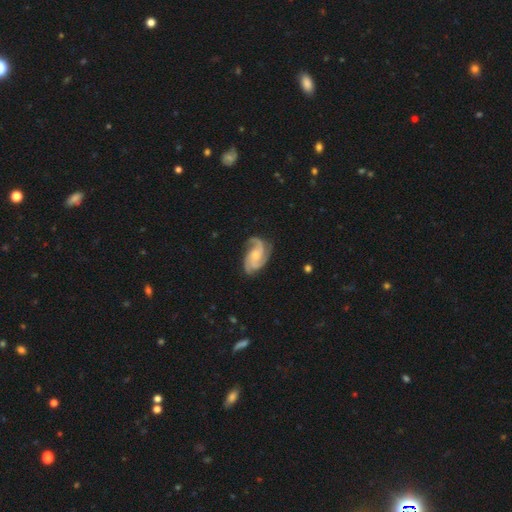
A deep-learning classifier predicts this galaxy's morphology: A featured or disk galaxy (89%) with no bar (67%), 3 (66%) medium (51%) spiral arms (98%) and a moderate central bulge (48%).

Vote fractions:
- Smooth or featured? featured or disk: 89% / smooth: 6% / star or artifact: 4%
- Edge-on disk? no: 98% / yes: 2%
- Bar? no: 67% / weak: 27% / strong: 6%
- Spiral arms? yes: 98% / no: 2%
- Spiral winding? medium: 51% / tight: 35% / loose: 14%
- Spiral arm count? 3: 66% / 2: 13% / 4: 9% / can't tell: 6% / 1: 3% / more than 4: 3%
- Bulge size? moderate: 48% / small: 44% / none: 4% / large: 3% / dominant: 1%
- Merging? none: 72% / minor disturbance: 18% / major disturbance: 8% / merger: 1%